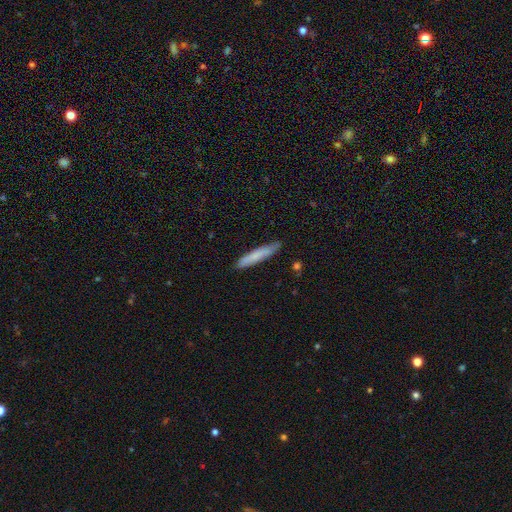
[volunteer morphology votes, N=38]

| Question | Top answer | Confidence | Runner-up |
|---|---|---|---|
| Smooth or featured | smooth | 71% | featured or disk (26%) |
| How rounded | cigar-shaped | 96% | in between (4%) |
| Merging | none | 81% | minor disturbance (19%) |